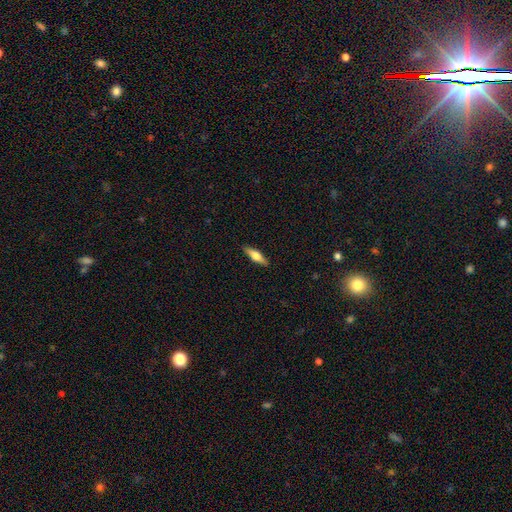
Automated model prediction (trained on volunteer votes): Overall: smooth (50%; featured or disk 44%). How rounded: cigar-shaped (59%; in between 39%). Merging: none (89%).